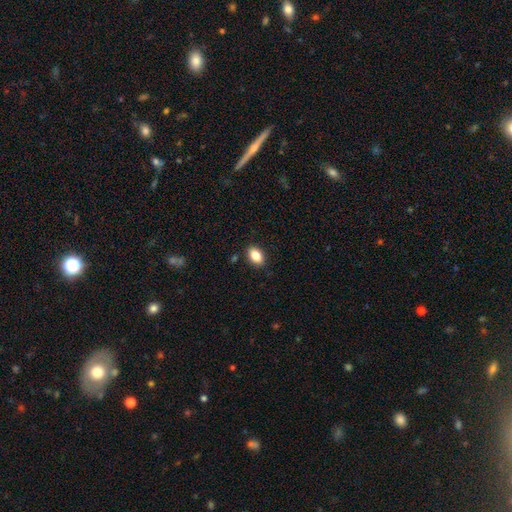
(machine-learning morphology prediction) This appears to be a smooth galaxy with no disk features (85%) that is in between round and cigar-shaped (87%). Merging: none (88%).